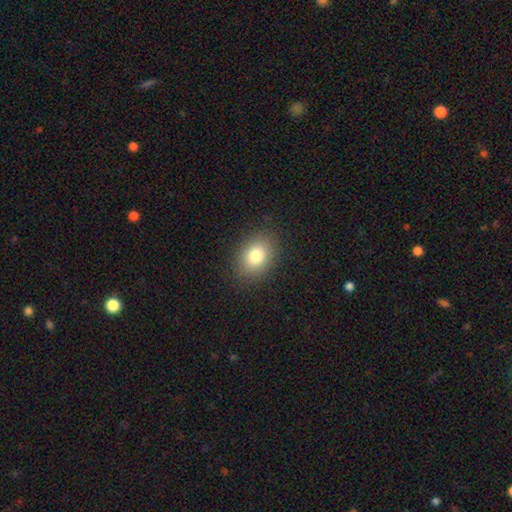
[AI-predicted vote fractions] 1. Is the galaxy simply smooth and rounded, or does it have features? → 80% smooth, 11% star or artifact, 9% featured or disk.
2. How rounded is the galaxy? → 69% in between, 30% round, 1% cigar-shaped.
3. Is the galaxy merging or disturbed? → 87% none, 9% minor disturbance, 3% major disturbance, 1% merger.